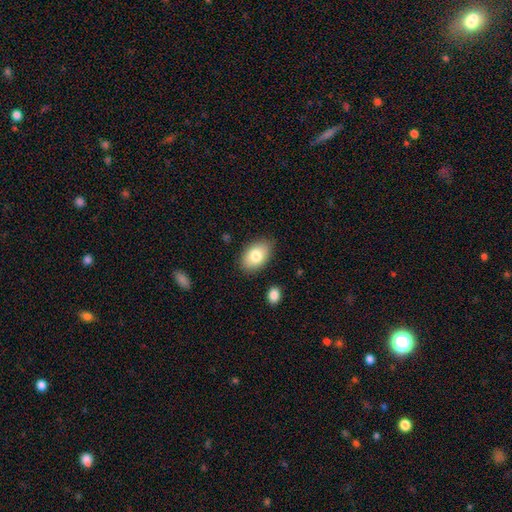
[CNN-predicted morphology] Smooth or featured? smooth (80%)
How rounded? in between (92%)
Merging? none (83%)